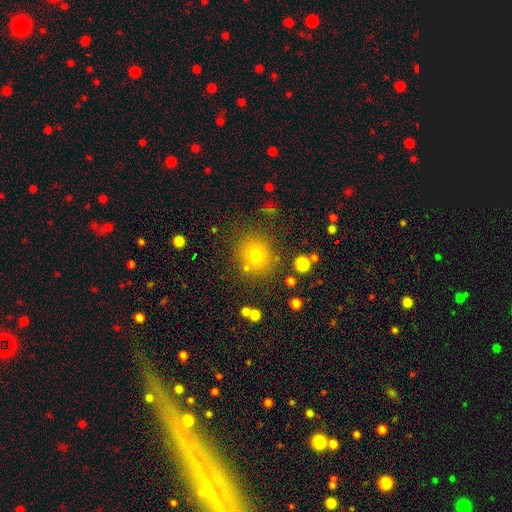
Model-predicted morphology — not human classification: Smooth or featured? Predicted: smooth (p=0.75). How rounded? Predicted: round (p=0.86). Merging? Predicted: none (p=0.81).